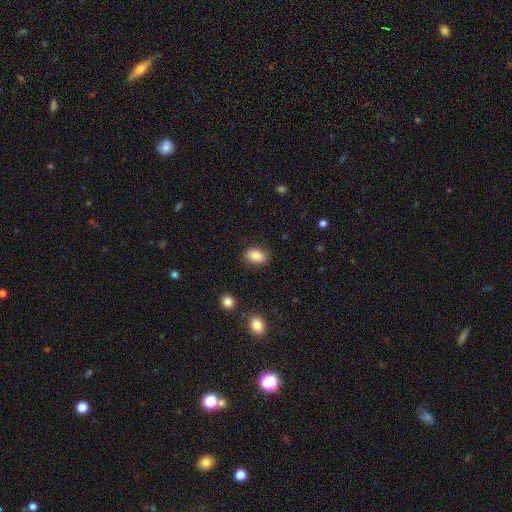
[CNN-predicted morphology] Smooth or featured?
  - smooth: 85% *
  - star or artifact: 8%
  - featured or disk: 7%
How rounded?
  - in between: 86% *
  - round: 12%
  - cigar-shaped: 2%
Merging?
  - none: 84% *
  - minor disturbance: 12%
  - major disturbance: 3%
  - merger: 1%